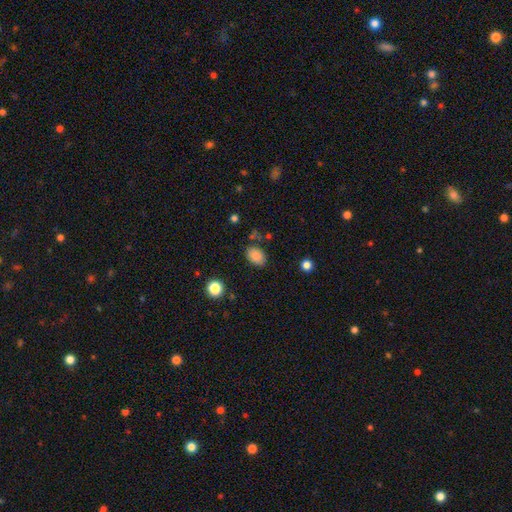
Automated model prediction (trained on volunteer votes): smooth-or-featured: smooth: 86% | star or artifact: 10% | featured or disk: 4%
  how-rounded: in between: 79% | round: 20% | cigar-shaped: 1%
  merging: none: 78% | minor disturbance: 14% | major disturbance: 4% | merger: 3%